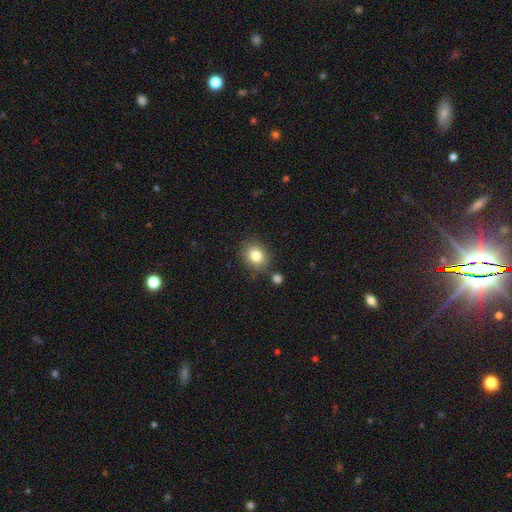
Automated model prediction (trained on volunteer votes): smooth-or-featured: smooth: 82% | star or artifact: 10% | featured or disk: 8%
  how-rounded: round: 62% | in between: 37% | cigar-shaped: 1%
  merging: none: 81% | minor disturbance: 11% | merger: 5% | major disturbance: 3%